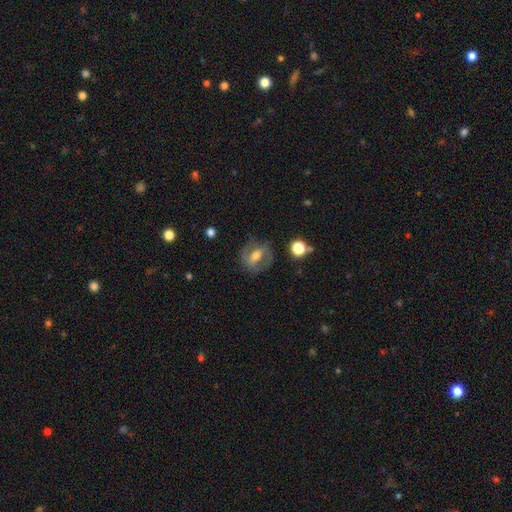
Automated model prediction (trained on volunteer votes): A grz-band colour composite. It shows a featured or disk galaxy (52%). Merging: none (73%).